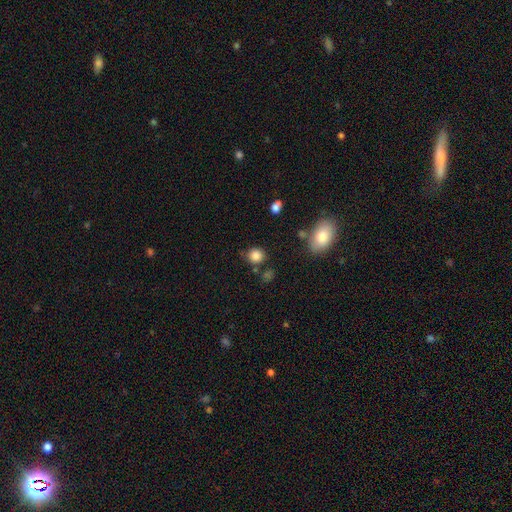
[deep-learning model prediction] Smooth or featured? smooth (84%)
How rounded? round (86%)
Merging? none (80%)